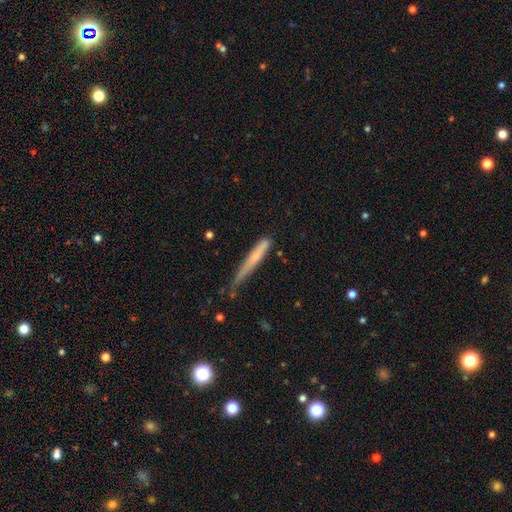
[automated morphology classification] type=smooth (61%); roundness=cigar-shaped (95%); merging=none (51%).